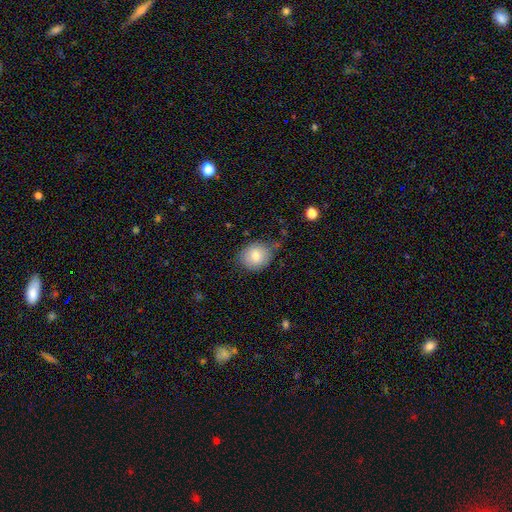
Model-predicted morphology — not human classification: smooth-or-featured: smooth: 79% | featured or disk: 13% | star or artifact: 8%
  how-rounded: round: 63% | in between: 36% | cigar-shaped: 1%
  merging: none: 65% | minor disturbance: 26% | major disturbance: 6% | merger: 3%